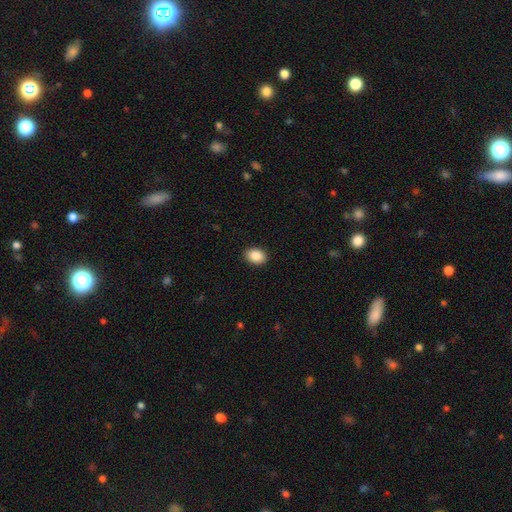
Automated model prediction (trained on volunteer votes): Smooth or featured? smooth (89%)
How rounded? in between (75%)
Merging? none (91%)